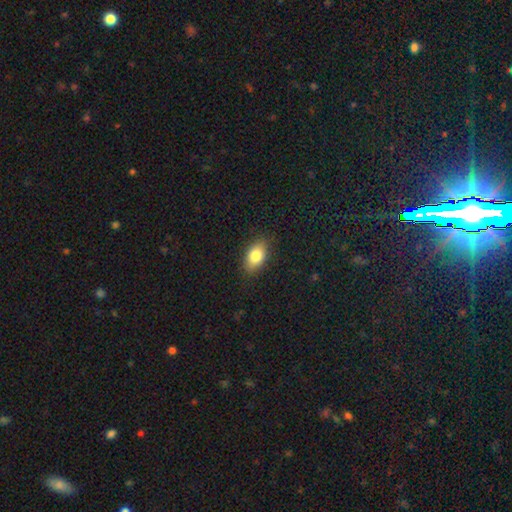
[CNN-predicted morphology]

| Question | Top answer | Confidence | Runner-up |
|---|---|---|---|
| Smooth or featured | smooth | 80% | featured or disk (12%) |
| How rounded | in between | 88% | round (9%) |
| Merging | none | 86% | minor disturbance (11%) |